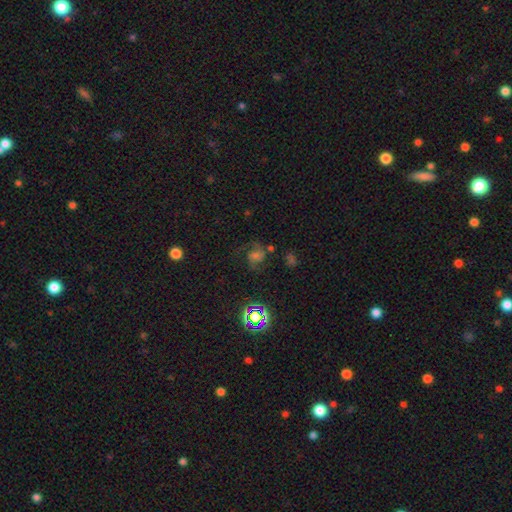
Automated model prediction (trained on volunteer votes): Smooth or featured? Predicted: featured or disk (p=0.62). Edge-on disk? Predicted: no (p=0.98). Bar? Predicted: no (p=0.61). Spiral arms? Predicted: yes (p=0.94). Spiral winding? Predicted: medium (p=0.55). Spiral arm count? Predicted: 2 (p=0.83). Bulge size? Predicted: moderate (p=0.39). Merging? Predicted: none (p=0.62).